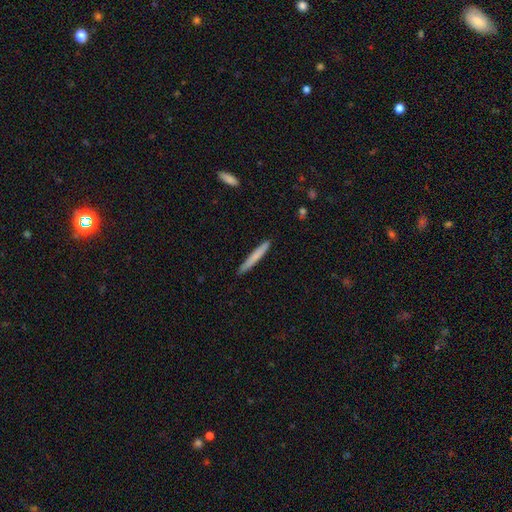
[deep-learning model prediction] A smooth galaxy with no disk features (72%) that is cigar-shaped (97%).

Vote fractions:
- Smooth or featured? smooth: 72% / featured or disk: 22% / star or artifact: 5%
- How rounded? cigar-shaped: 97% / in between: 2% / round: 1%
- Merging? none: 90% / minor disturbance: 7% / major disturbance: 1% / merger: 1%